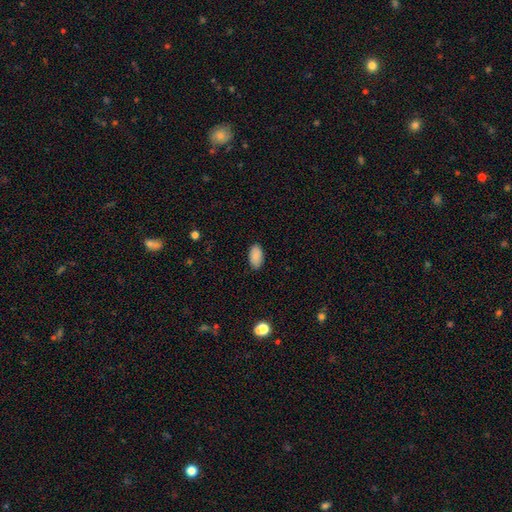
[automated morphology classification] smooth-or-featured: smooth: 89% | star or artifact: 7% | featured or disk: 4%
  how-rounded: in between: 95% | round: 4% | cigar-shaped: 2%
  merging: none: 87% | minor disturbance: 9% | major disturbance: 2% | merger: 1%